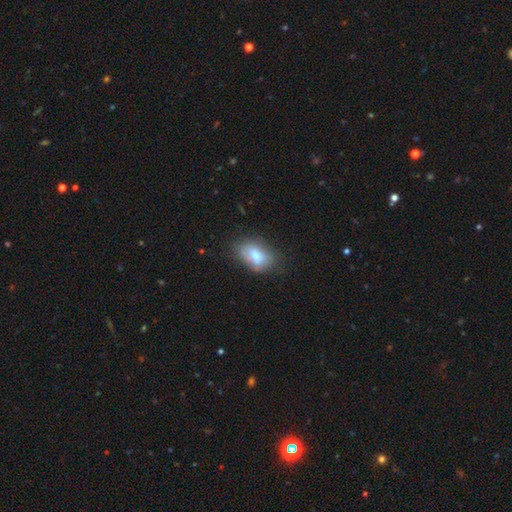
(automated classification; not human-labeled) smooth_or_featured: smooth (p=0.74) [alt: featured or disk p=0.17]
how_rounded: in between (p=0.88) [alt: round p=0.10]
merging: none (p=0.59) [alt: minor disturbance p=0.27]